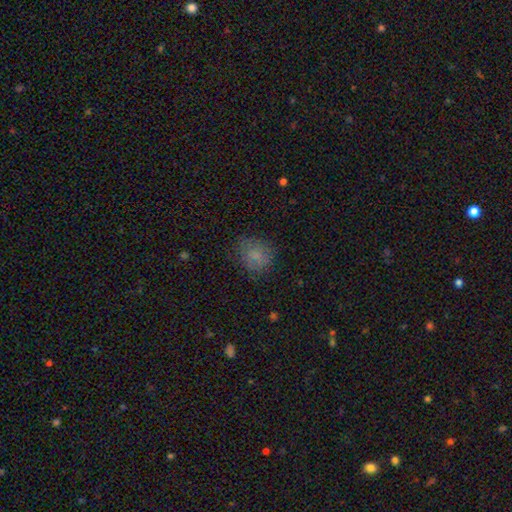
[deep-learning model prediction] Smooth or featured?
  - smooth: 76% *
  - star or artifact: 13%
  - featured or disk: 11%
How rounded?
  - round: 77% *
  - in between: 22%
  - cigar-shaped: 1%
Merging?
  - none: 73% *
  - minor disturbance: 18%
  - major disturbance: 7%
  - merger: 1%